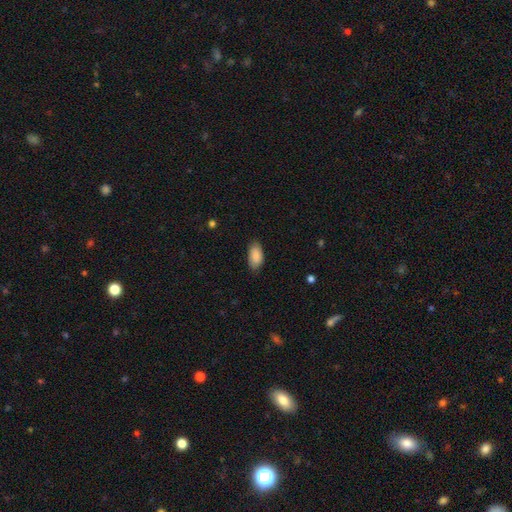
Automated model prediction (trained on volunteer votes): smooth-or-featured: smooth: 88% | star or artifact: 6% | featured or disk: 6%
  how-rounded: in between: 94% | cigar-shaped: 3% | round: 3%
  merging: none: 81% | minor disturbance: 15% | major disturbance: 3% | merger: 1%